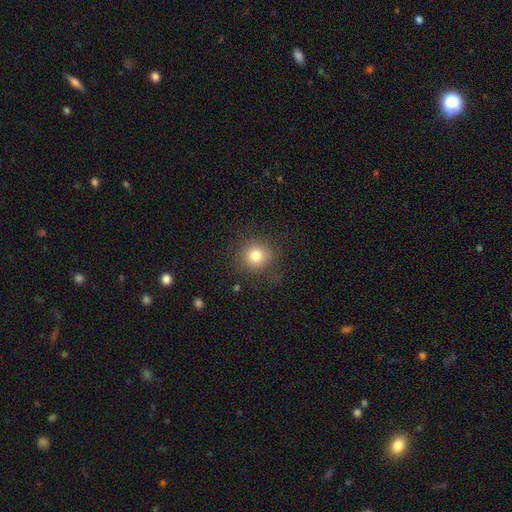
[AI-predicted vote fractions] A smooth galaxy with no disk features (79%) that is round (89%). Merging: none (83%).